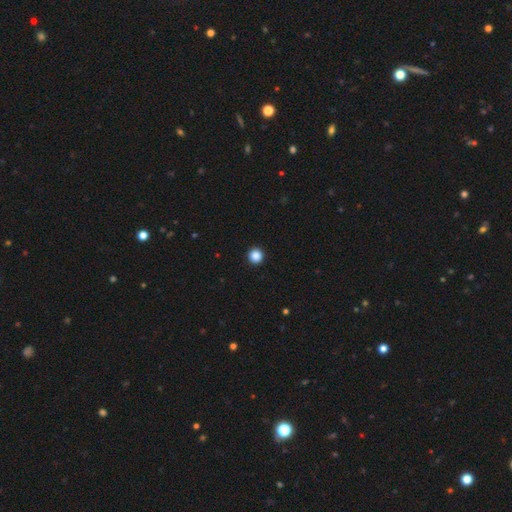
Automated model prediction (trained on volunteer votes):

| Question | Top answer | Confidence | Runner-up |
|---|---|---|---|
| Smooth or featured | smooth | 87% | star or artifact (10%) |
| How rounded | round | 96% | in between (4%) |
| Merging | none | 94% | minor disturbance (3%) |